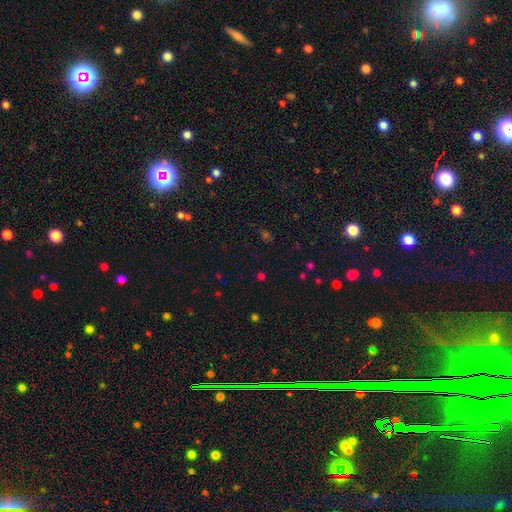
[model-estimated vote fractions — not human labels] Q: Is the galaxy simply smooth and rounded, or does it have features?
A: star or artifact — 49%.